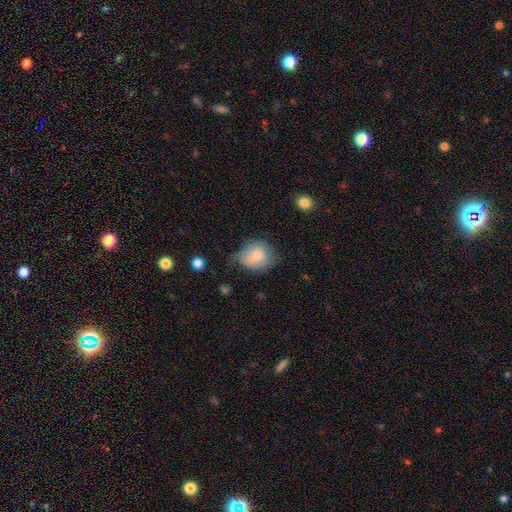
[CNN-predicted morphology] Smooth or featured? smooth (77%)
How rounded? round (61%)
Merging? none (45%)